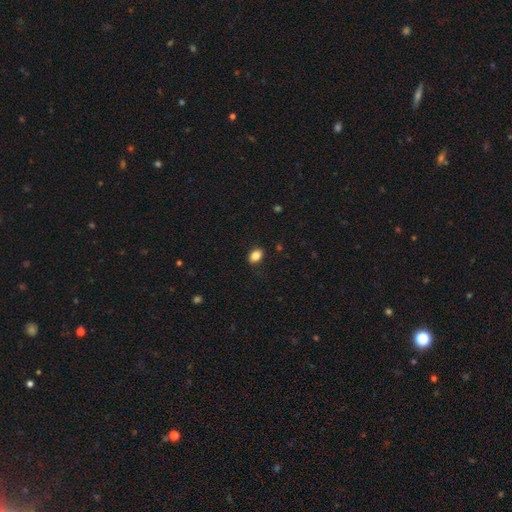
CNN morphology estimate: type=smooth (84%); roundness=in between (72%); merging=none (87%).